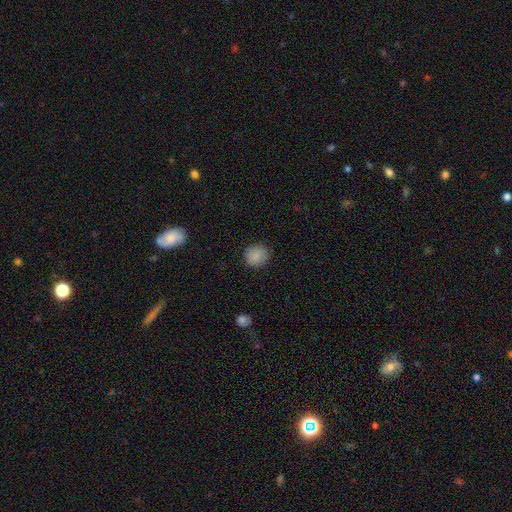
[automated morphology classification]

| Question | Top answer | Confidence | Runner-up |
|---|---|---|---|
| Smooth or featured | smooth | 86% | star or artifact (10%) |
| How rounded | round | 82% | in between (17%) |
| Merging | none | 88% | minor disturbance (9%) |